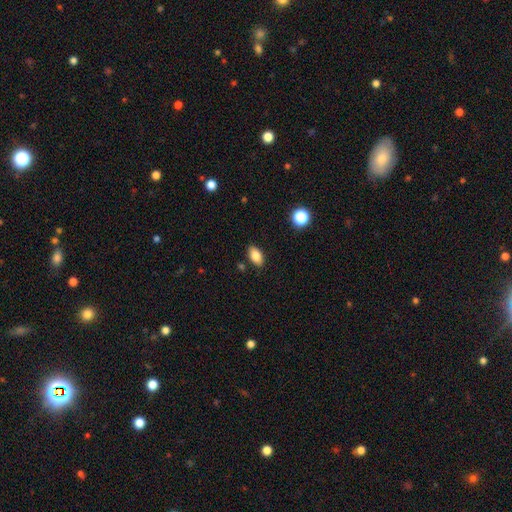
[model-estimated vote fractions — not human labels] smooth_or_featured: smooth (p=0.82) [alt: featured or disk p=0.09]
how_rounded: in between (p=0.90) [alt: round p=0.06]
merging: none (p=0.86) [alt: minor disturbance p=0.10]